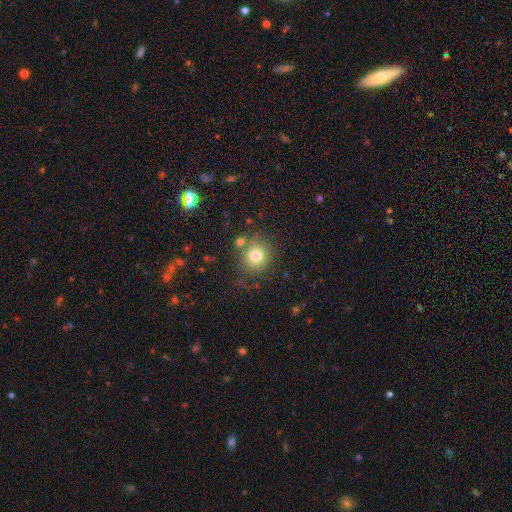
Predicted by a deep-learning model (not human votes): This is likely a smooth galaxy (78%). How rounded: clearly round (88%). Merging: likely none (78%).